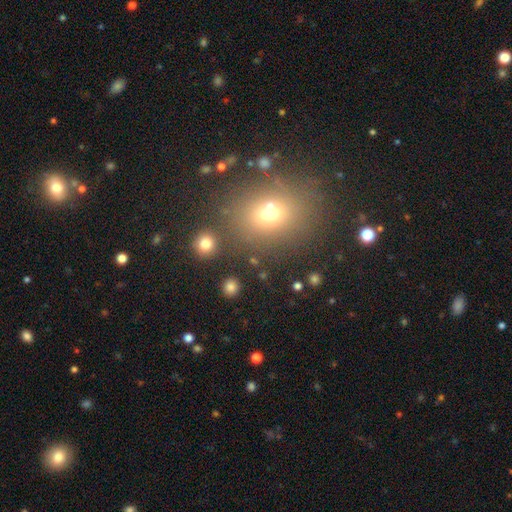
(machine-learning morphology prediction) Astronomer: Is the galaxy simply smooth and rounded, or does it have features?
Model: smooth — 62%.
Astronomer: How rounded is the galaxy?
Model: round — 54% (runner-up: in between, 44%).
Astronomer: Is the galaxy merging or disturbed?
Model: none — 79%.